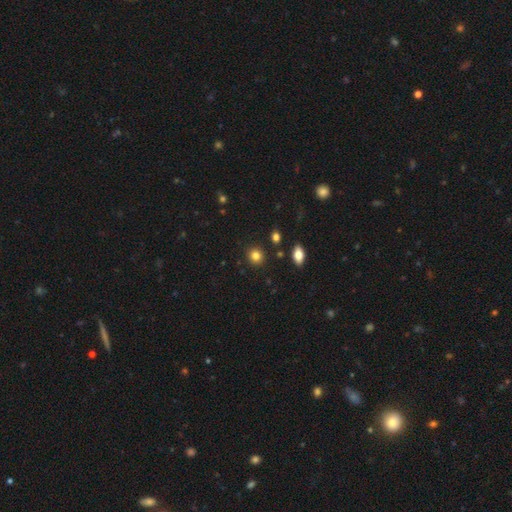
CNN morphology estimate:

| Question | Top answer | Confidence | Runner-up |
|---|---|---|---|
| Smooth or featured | smooth | 83% | star or artifact (11%) |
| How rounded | round | 86% | in between (13%) |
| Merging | none | 89% | minor disturbance (6%) |